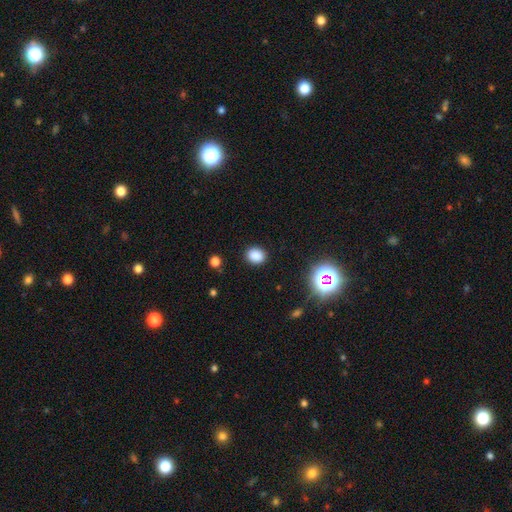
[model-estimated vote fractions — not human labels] Smooth or featured: smooth — 83% (star or artifact — 13%)
How rounded: round — 55% (in between — 44%)
Merging: none — 88% (minor disturbance — 8%)